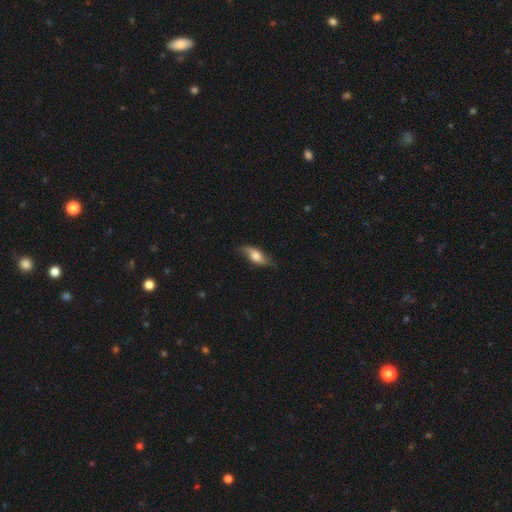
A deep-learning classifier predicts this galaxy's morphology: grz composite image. It shows a smooth galaxy with no disk features (50%) that is in between round and cigar-shaped (71%). Merging: none (73%).